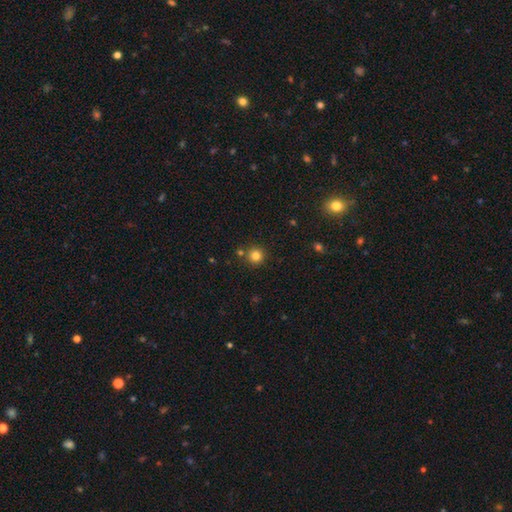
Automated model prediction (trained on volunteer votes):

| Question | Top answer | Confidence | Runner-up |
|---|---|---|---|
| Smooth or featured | smooth | 81% | star or artifact (13%) |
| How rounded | round | 95% | in between (4%) |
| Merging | none | 84% | merger (7%) |